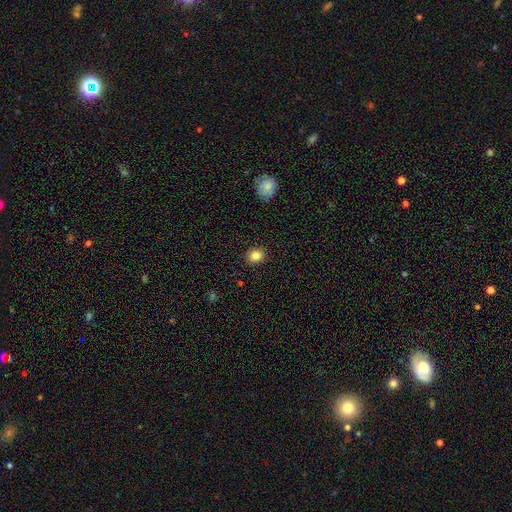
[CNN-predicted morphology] type=smooth (84%); roundness=round (75%); merging=none (91%).